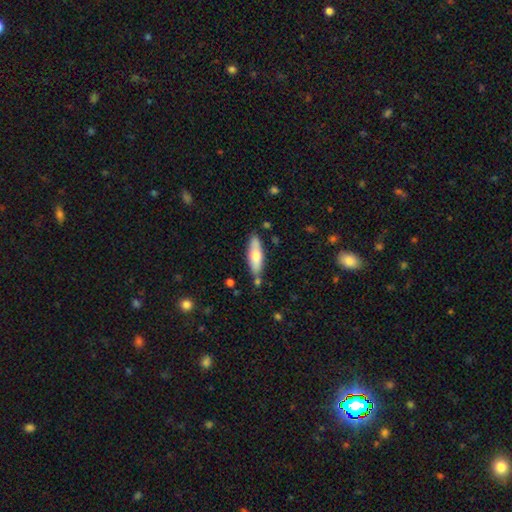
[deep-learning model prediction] Overall: smooth (67%; featured or disk 28%). How rounded: in between (51%; cigar-shaped 48%). Merging: none (78%).